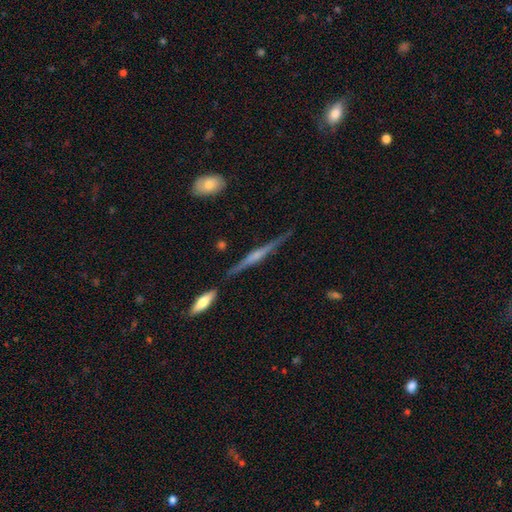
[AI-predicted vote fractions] Morphology: type=featured or disk (77%); edge-on=yes (97%); edge-on bulge=rounded (56%); merging=none (82%).